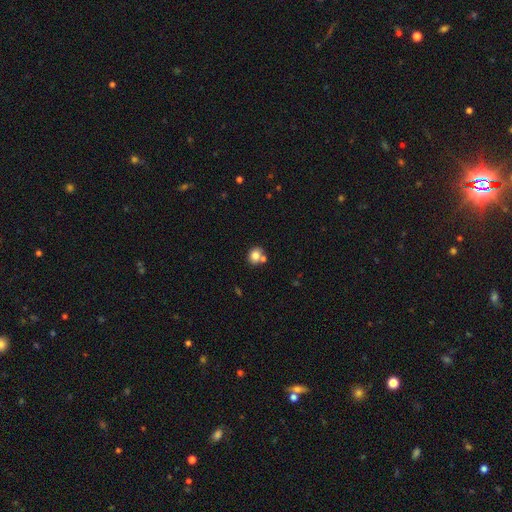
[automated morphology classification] Smooth or featured: smooth — 81% (star or artifact — 10%)
How rounded: round — 67% (in between — 32%)
Merging: none — 60% (merger — 25%)